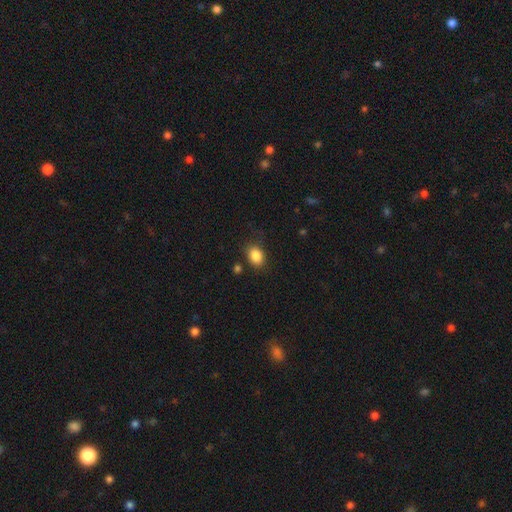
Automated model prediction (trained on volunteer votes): smooth 86%, star or artifact 9%, featured or disk 5%. Down the decision tree: how rounded — in between (71%); merging — none (78%).